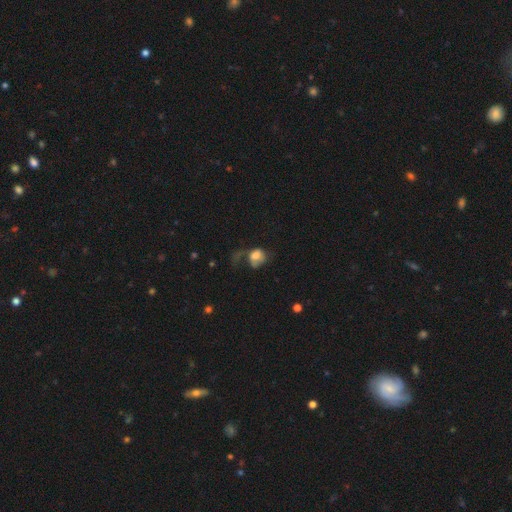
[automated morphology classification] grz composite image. It shows a smooth galaxy with no disk features (61%) that is in between round and cigar-shaped (50%). Merging: major disturbance (57%).